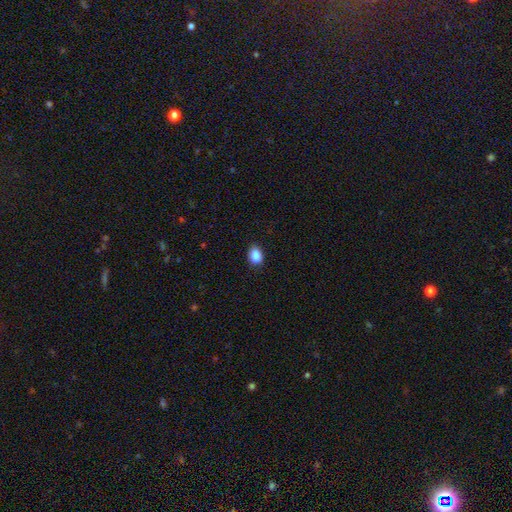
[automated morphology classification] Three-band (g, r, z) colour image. It shows a smooth galaxy with no disk features (88%) that is in between round and cigar-shaped (72%). Merging: none (85%).